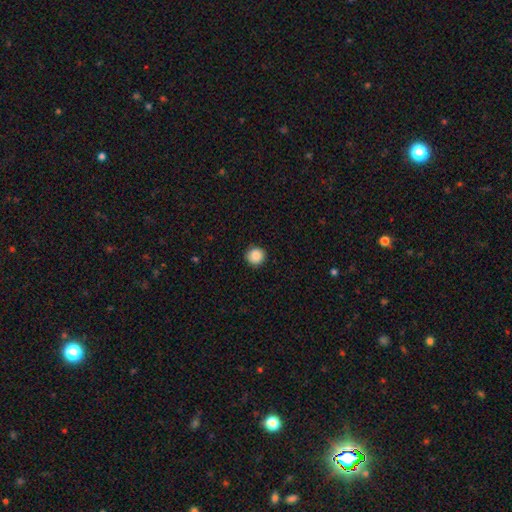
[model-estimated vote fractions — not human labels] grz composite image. It shows a smooth galaxy with no disk features (88%) that is round (94%). Merging: none (91%).